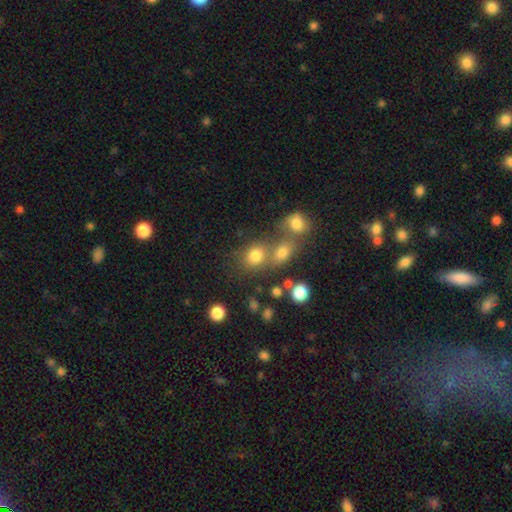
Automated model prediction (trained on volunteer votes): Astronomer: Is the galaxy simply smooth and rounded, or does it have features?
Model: smooth — 76%.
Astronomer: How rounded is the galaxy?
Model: round — 67%.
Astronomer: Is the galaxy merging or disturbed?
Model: none — 51% (runner-up: merger, 33%).